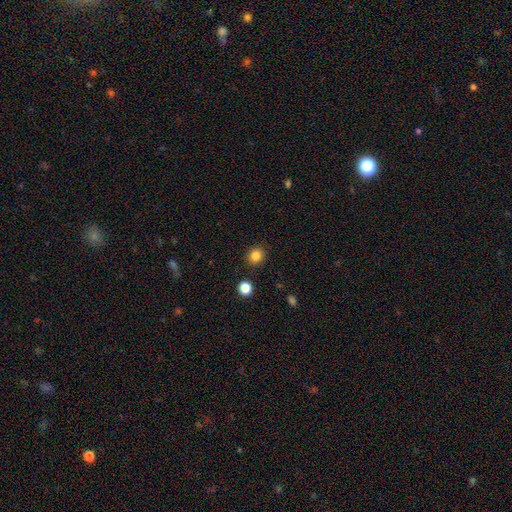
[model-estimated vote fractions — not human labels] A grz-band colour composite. It shows a smooth galaxy with no disk features (84%) that is round (83%). Merging: none (88%).